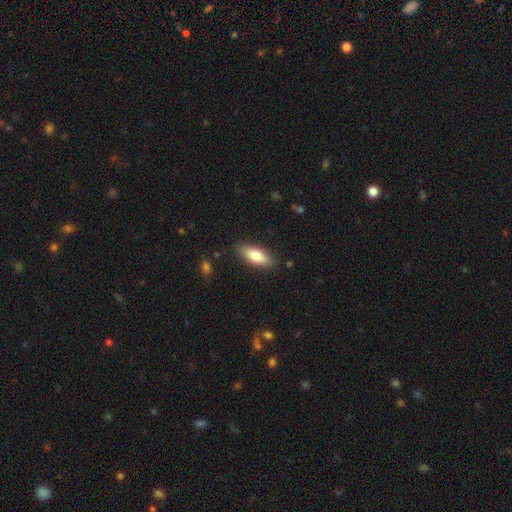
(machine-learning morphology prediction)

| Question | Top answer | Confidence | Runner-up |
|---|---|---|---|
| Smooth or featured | smooth | 80% | featured or disk (14%) |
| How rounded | in between | 76% | cigar-shaped (22%) |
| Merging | none | 85% | minor disturbance (11%) |